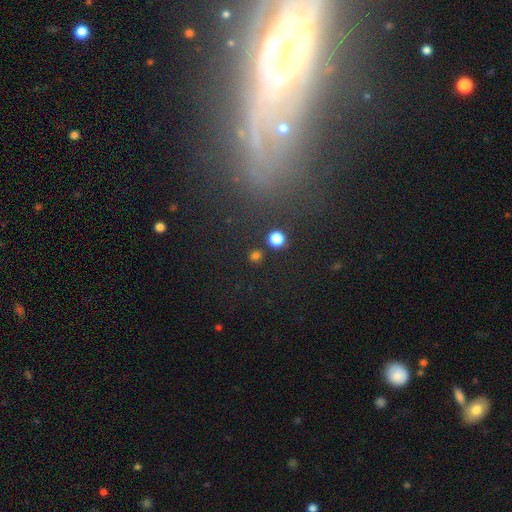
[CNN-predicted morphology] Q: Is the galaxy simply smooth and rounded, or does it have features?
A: smooth — 77%.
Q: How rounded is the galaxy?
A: round — 92%.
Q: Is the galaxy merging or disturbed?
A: none — 88%.